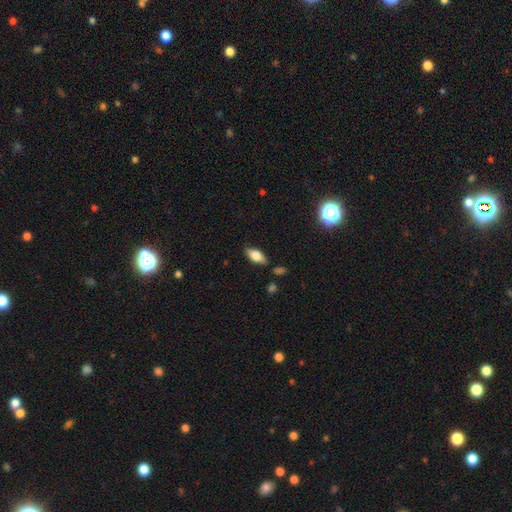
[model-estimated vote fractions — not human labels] The model was most divided on "smooth or featured": smooth: 64%, featured or disk: 28%, star or artifact: 8%. More confident: how rounded — in between (83%); merging — none (81%).